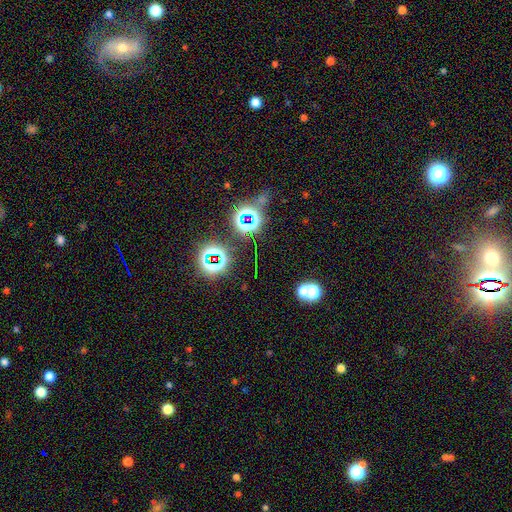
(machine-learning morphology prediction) The model was most divided on "smooth or featured": star or artifact: 72%, smooth: 20%, featured or disk: 9%.